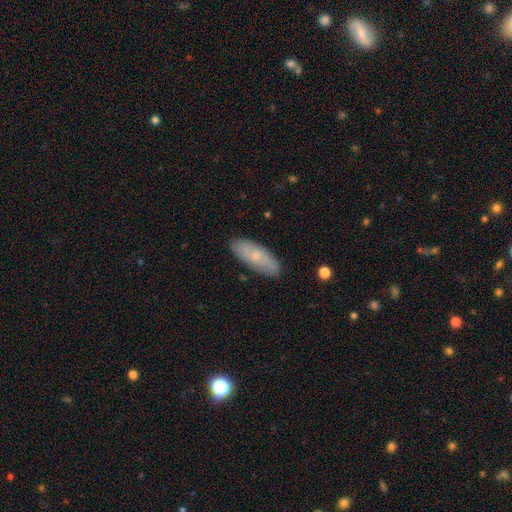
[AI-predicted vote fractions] This is possibly a smooth galaxy (59%). How rounded: likely in between (68%). Merging: clearly none (84%).